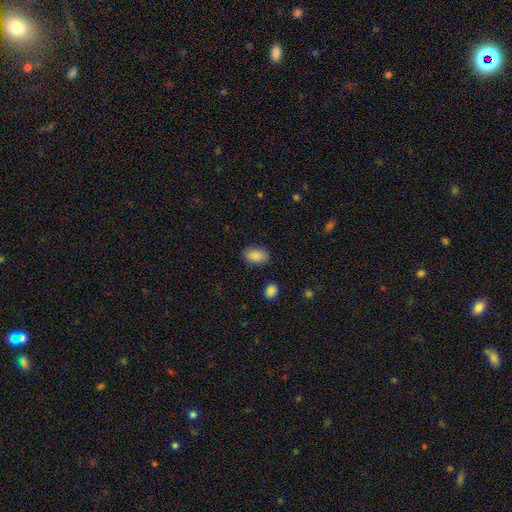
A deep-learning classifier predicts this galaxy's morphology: smooth-or-featured: smooth: 88% | star or artifact: 7% | featured or disk: 4%
  how-rounded: in between: 87% | round: 11% | cigar-shaped: 1%
  merging: none: 85% | minor disturbance: 10% | major disturbance: 3% | merger: 2%